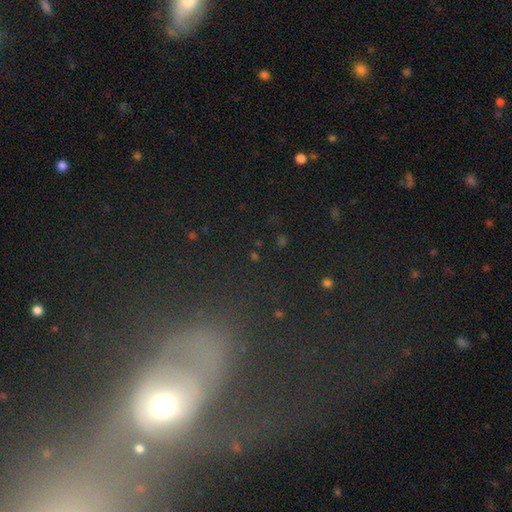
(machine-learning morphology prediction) Smooth or featured: featured or disk — 45% (smooth — 32%)
Merging: none — 35% (major disturbance — 29%)